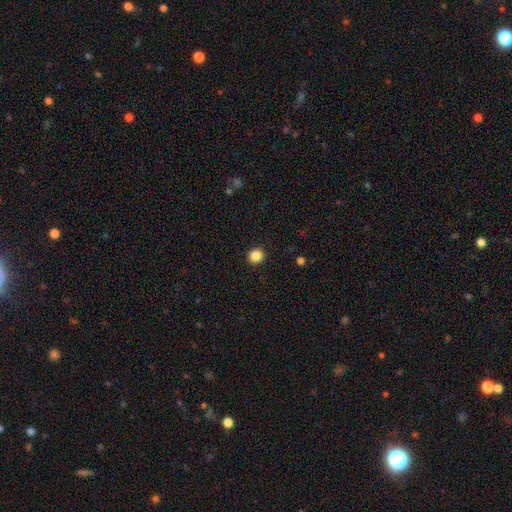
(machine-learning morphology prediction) Smooth or featured? Predicted: smooth (p=0.86). How rounded? Predicted: round (p=0.91). Merging? Predicted: none (p=0.93).